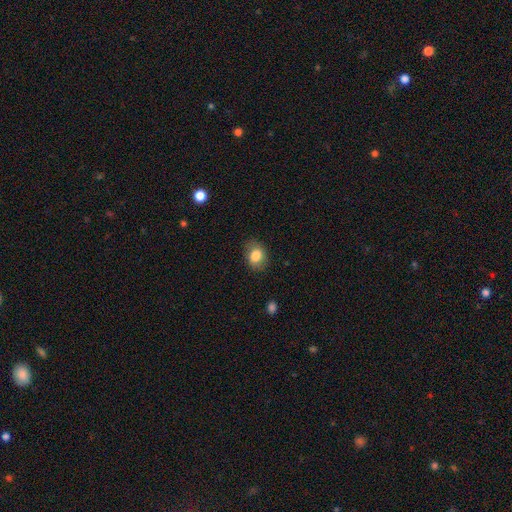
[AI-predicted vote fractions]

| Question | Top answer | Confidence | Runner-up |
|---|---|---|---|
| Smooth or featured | smooth | 83% | featured or disk (9%) |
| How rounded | in between | 62% | round (37%) |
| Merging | none | 82% | minor disturbance (14%) |